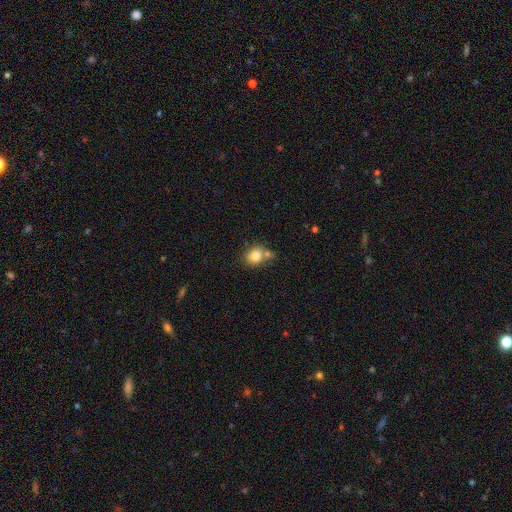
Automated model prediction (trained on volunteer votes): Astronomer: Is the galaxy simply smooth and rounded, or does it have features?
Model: smooth — 82%.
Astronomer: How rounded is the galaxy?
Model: round — 66%.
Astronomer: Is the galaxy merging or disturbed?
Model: none — 54%.